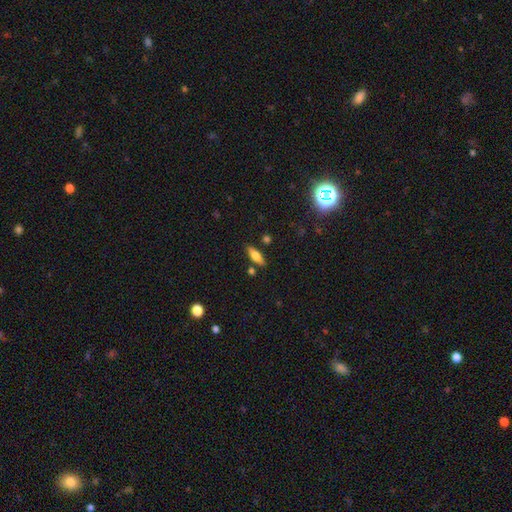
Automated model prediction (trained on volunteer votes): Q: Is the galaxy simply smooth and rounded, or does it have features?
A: smooth — 58%.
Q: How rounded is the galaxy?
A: in between — 55%.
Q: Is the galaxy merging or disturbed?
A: none — 83%.